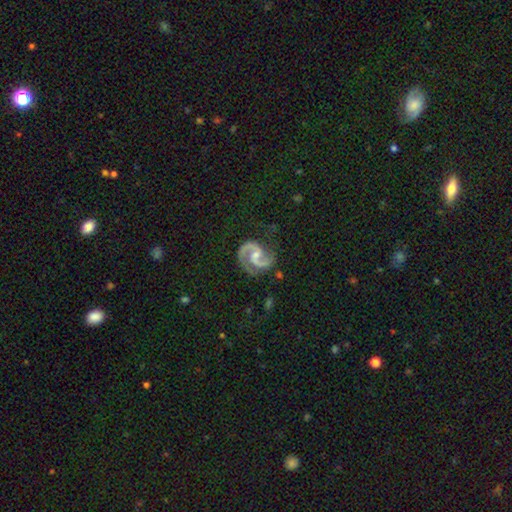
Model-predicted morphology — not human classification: Smooth or featured: featured or disk — 93% (star or artifact — 4%)
Edge-on disk: no — 99% (yes — 1%)
Bar: weak — 48% (no — 39%)
Spiral arms: yes — 99% (no — 1%)
Spiral winding: medium — 65% (tight — 19%)
Spiral arm count: 2 — 94% (1 — 1%)
Bulge size: small — 47% (moderate — 38%)
Merging: none — 73% (minor disturbance — 18%)